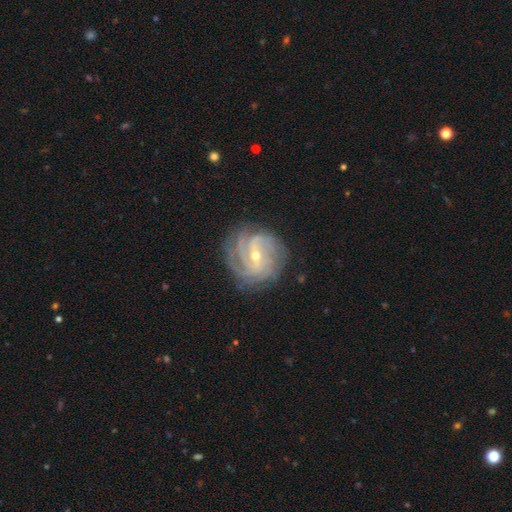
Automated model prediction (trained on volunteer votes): Smooth or featured?
  - featured or disk: 88% *
  - star or artifact: 6%
  - smooth: 6%
Edge-on disk?
  - no: 97% *
  - yes: 3%
Bar?
  - weak: 47% *
  - no: 29%
  - strong: 25%
Spiral arms?
  - yes: 98% *
  - no: 2%
Spiral winding?
  - tight: 67% *
  - medium: 28%
  - loose: 5%
Spiral arm count?
  - 4: 25% *
  - 3: 23%
  - can't tell: 21%
  - 2: 13%
  - more than 4: 10%
  - 1: 7%
Bulge size?
  - small: 61% *
  - moderate: 36%
  - large: 1%
  - none: 1%
  - dominant: 1%
Merging?
  - none: 79% *
  - minor disturbance: 14%
  - major disturbance: 5%
  - merger: 1%